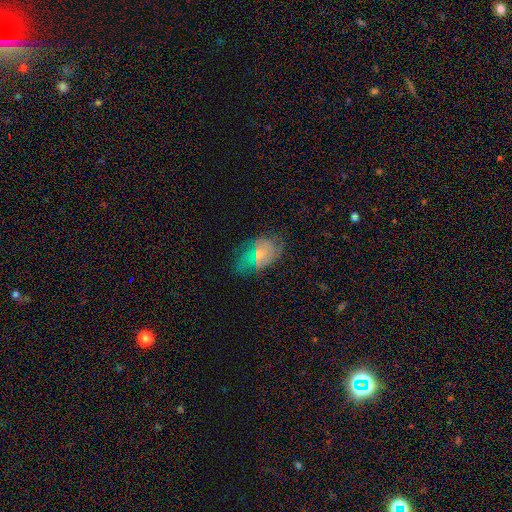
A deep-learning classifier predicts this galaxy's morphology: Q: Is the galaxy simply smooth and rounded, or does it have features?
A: featured or disk — 44%.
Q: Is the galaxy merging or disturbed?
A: none — 62%.